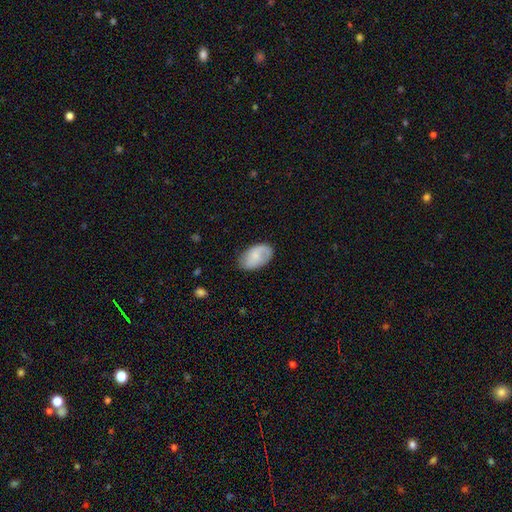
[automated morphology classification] Overall: smooth (57%; featured or disk 36%). How rounded: in between (91%). Merging: none (73%).